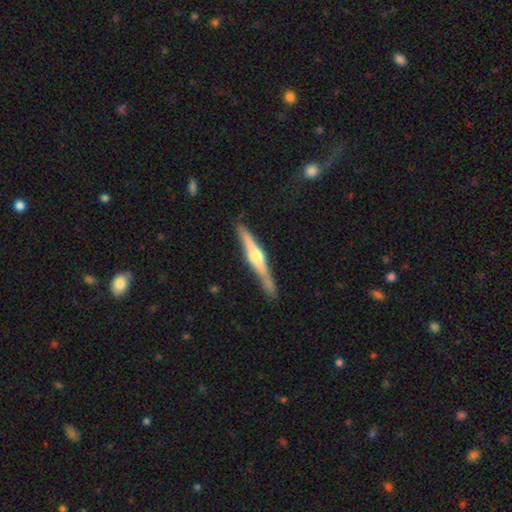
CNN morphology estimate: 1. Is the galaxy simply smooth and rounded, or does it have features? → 75% featured or disk, 20% smooth, 5% star or artifact.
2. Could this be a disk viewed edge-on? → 98% yes, 2% no.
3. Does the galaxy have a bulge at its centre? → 88% rounded, 8% boxy, 4% none.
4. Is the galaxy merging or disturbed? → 86% none, 10% minor disturbance, 2% major disturbance, 2% merger.